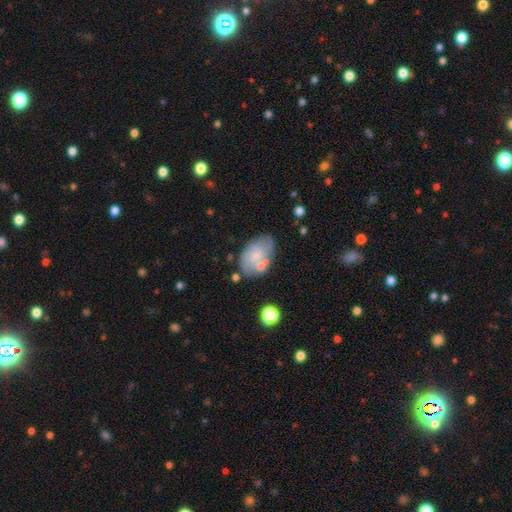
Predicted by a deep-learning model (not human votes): A smooth galaxy with no disk features (56%) that is in between round and cigar-shaped (88%). Merging: none (53%).